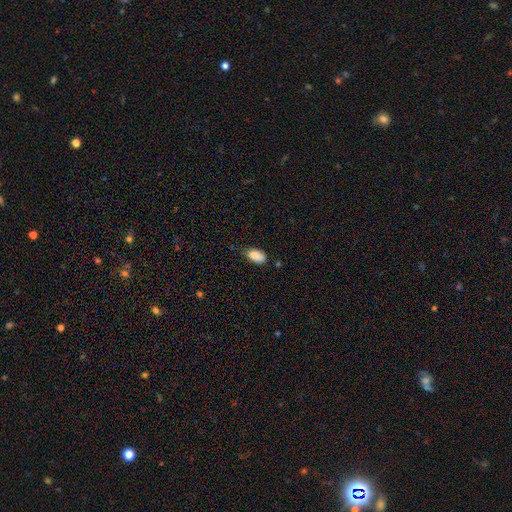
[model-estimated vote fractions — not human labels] This appears to be a smooth galaxy with no disk features (87%) that is in between round and cigar-shaped (92%). Merging: none (62%).